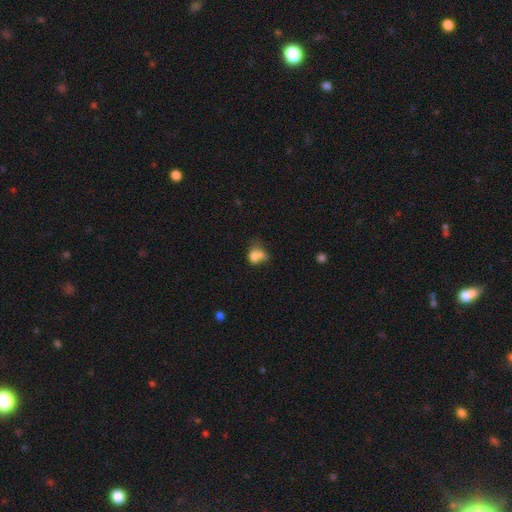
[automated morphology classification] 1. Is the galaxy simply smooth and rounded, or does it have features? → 69% smooth, 19% featured or disk, 12% star or artifact.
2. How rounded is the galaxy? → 59% in between, 39% round, 2% cigar-shaped.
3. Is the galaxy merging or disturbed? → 45% merger, 20% none, 19% major disturbance, 16% minor disturbance.